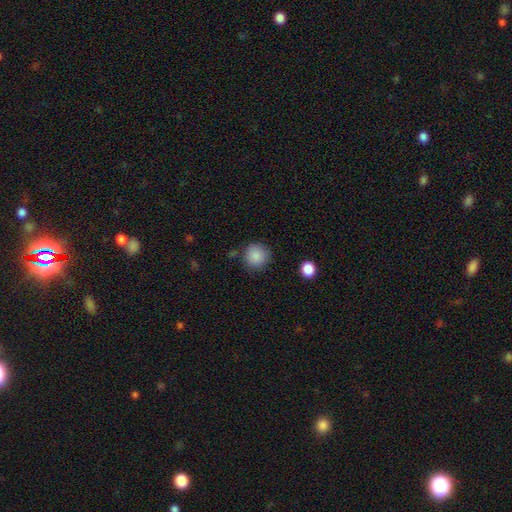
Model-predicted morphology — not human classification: A smooth galaxy with no disk features (87%) that is round (92%).

Vote fractions:
- Smooth or featured? smooth: 87% / star or artifact: 9% / featured or disk: 4%
- How rounded? round: 92% / in between: 7% / cigar-shaped: 1%
- Merging? none: 84% / minor disturbance: 11% / major disturbance: 3% / merger: 3%